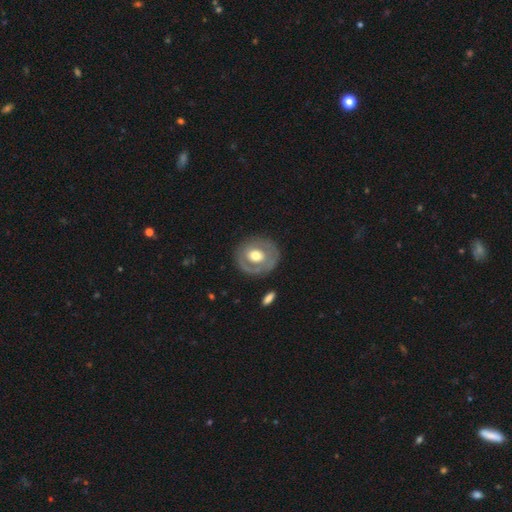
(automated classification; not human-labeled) The model was most divided on "smooth or featured": featured or disk: 56%, smooth: 39%, star or artifact: 5%. More confident: edge-on disk — no (95%); merging — none (78%); bar — no (70%); spiral arms — no (68%); bulge size — moderate (66%).